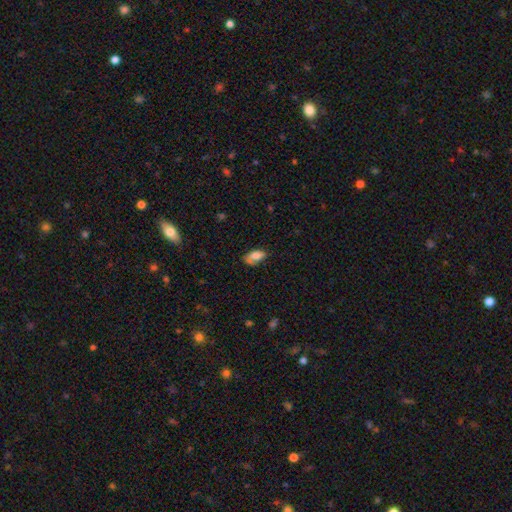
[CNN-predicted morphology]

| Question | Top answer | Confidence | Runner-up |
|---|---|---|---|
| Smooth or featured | smooth | 78% | featured or disk (14%) |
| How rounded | in between | 91% | round (5%) |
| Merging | none | 53% | minor disturbance (31%) |